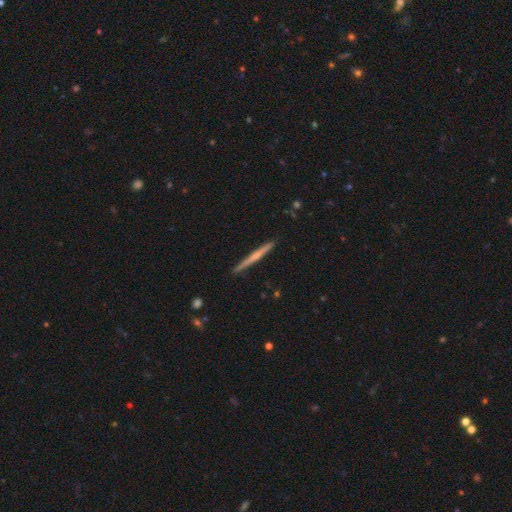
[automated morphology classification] featured or disk 58%, smooth 36%, star or artifact 6%. Down the decision tree: edge-on disk — yes (98%); edge-on bulge — none (50%); merging — none (91%).